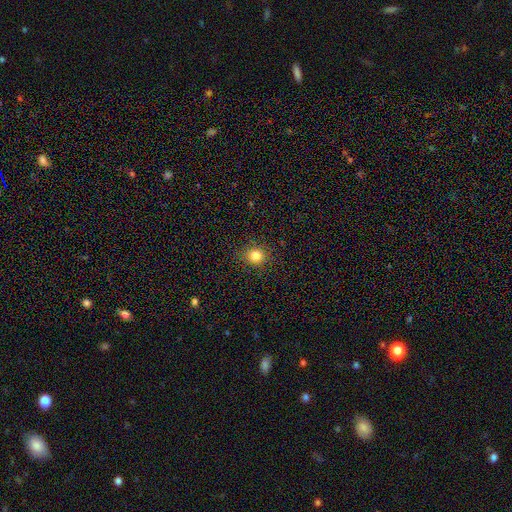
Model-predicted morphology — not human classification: A smooth galaxy with no disk features (81%) that is round (81%).

Vote fractions:
- Smooth or featured? smooth: 81% / star or artifact: 13% / featured or disk: 6%
- How rounded? round: 81% / in between: 18% / cigar-shaped: 1%
- Merging? none: 88% / minor disturbance: 9% / major disturbance: 3% / merger: 1%